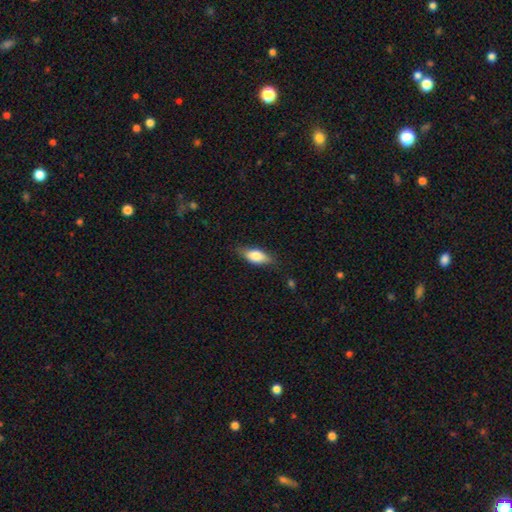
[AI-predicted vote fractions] This appears to be a smooth galaxy with no disk features (75%) that is in between round and cigar-shaped (80%). Merging: none (76%).